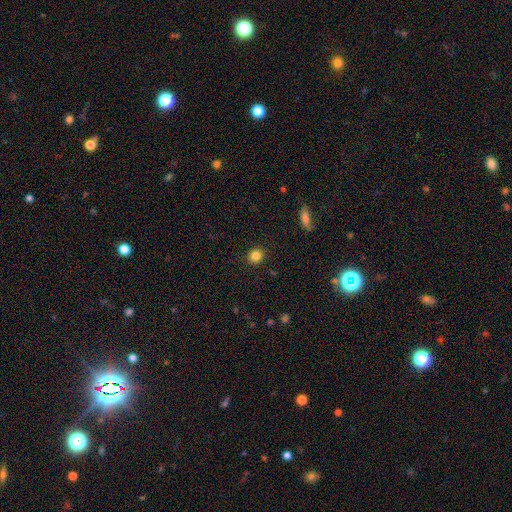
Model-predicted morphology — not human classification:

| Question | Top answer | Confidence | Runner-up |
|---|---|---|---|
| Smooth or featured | smooth | 85% | star or artifact (11%) |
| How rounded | round | 87% | in between (12%) |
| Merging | none | 91% | minor disturbance (6%) |